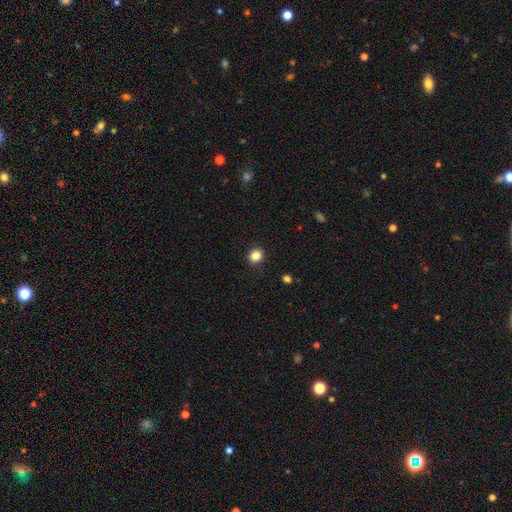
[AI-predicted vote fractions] A smooth galaxy with no disk features (84%) that is round (78%). Merging: none (91%).